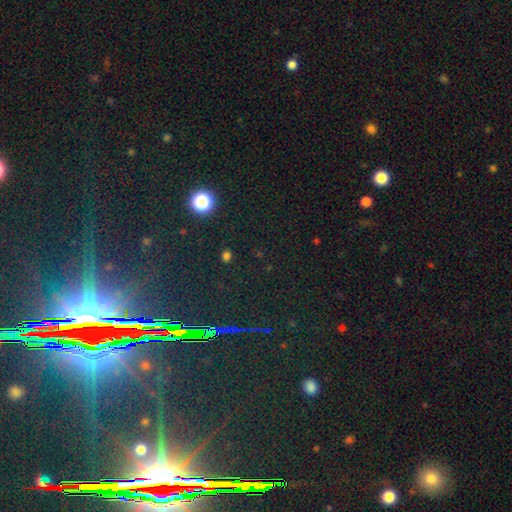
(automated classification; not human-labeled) A star or artifact, not a galaxy (81%).